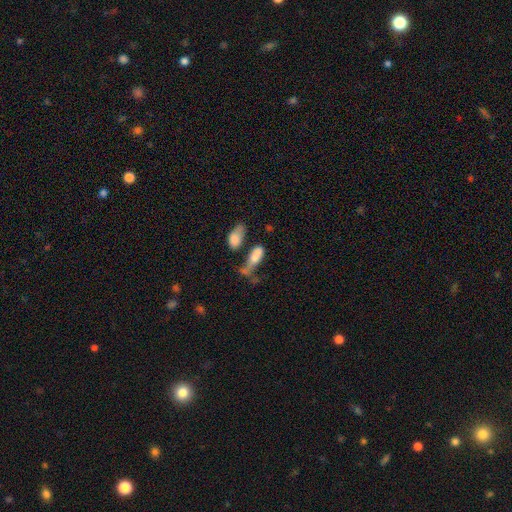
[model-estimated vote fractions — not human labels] Smooth or featured: smooth — 74% (featured or disk — 16%)
How rounded: in between — 79% (cigar-shaped — 17%)
Merging: merger — 35% (major disturbance — 24%)